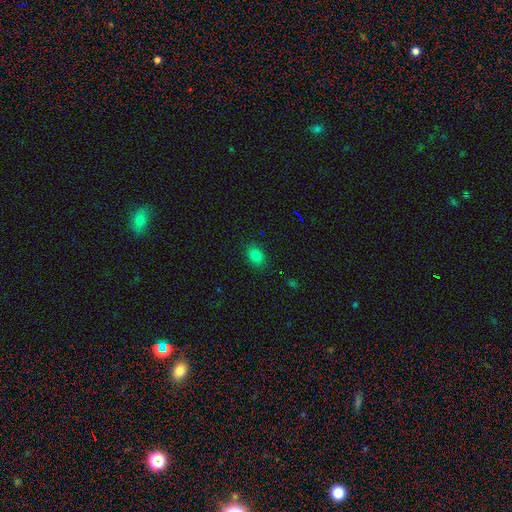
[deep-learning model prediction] smooth-or-featured: smooth: 80% | star or artifact: 14% | featured or disk: 6%
  how-rounded: in between: 62% | round: 37% | cigar-shaped: 1%
  merging: none: 87% | minor disturbance: 10% | major disturbance: 3% | merger: 1%